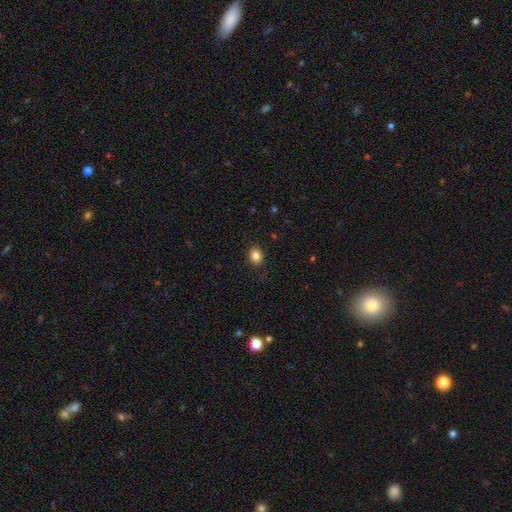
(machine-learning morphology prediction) This appears to be a smooth galaxy with no disk features (85%) that is in between round and cigar-shaped (56%). Merging: none (89%).